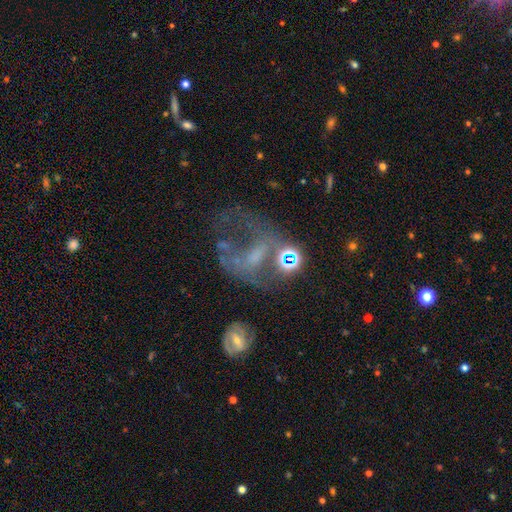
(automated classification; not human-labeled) Smooth or featured? Predicted: featured or disk (p=0.49). Merging? Predicted: major disturbance (p=0.41).